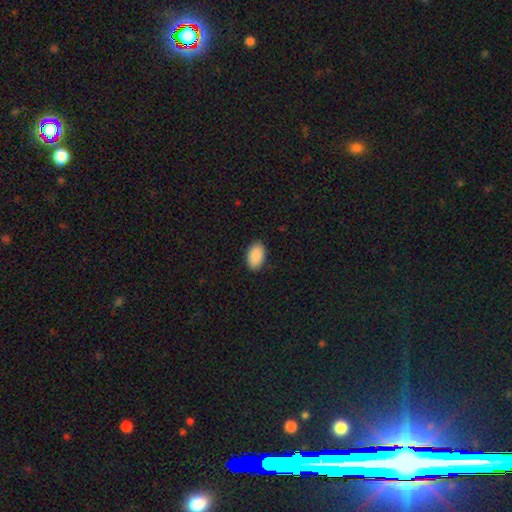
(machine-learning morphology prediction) Smooth or featured: smooth — 90% (star or artifact — 6%)
How rounded: in between — 94% (round — 5%)
Merging: none — 88% (minor disturbance — 9%)